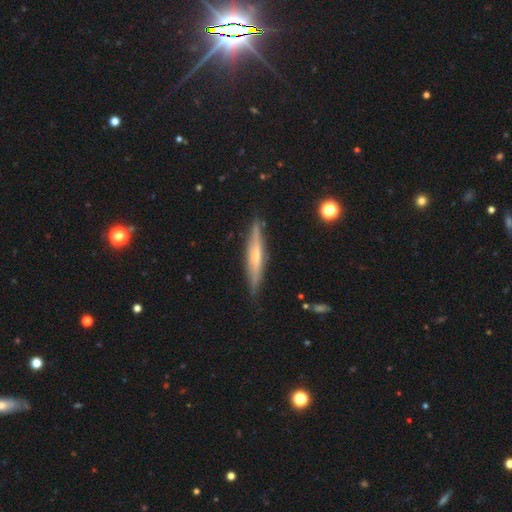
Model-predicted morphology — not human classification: smooth-or-featured: featured or disk: 65% | smooth: 29% | star or artifact: 7%
  disk-edge-on: yes: 93% | no: 7%
    edge-on-bulge: rounded: 61% | none: 31% | boxy: 8%
  merging: none: 84% | minor disturbance: 12% | major disturbance: 2% | merger: 2%